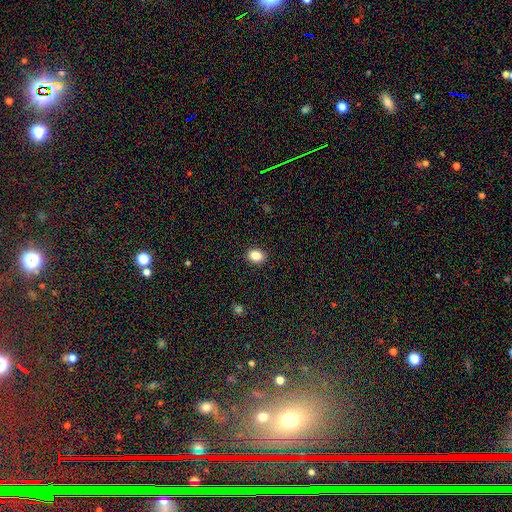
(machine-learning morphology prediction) Overall: smooth (86%). How rounded: in between (60%; round 39%). Merging: none (91%).